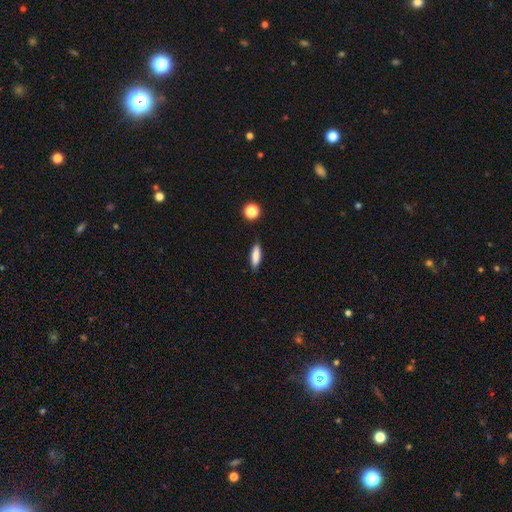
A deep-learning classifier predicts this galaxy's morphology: smooth 84%, featured or disk 8%, star or artifact 7%. Down the decision tree: how rounded — cigar-shaped (52%); merging — none (87%).